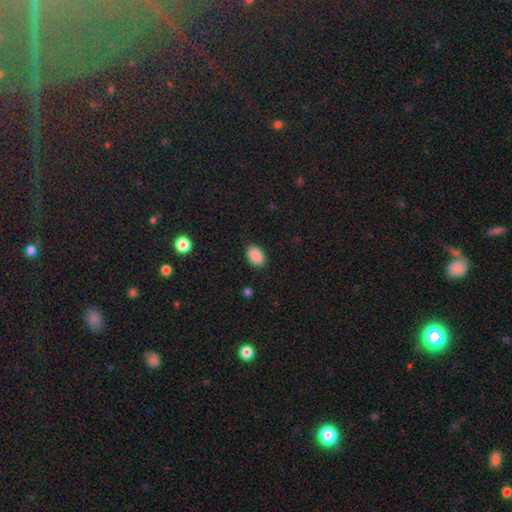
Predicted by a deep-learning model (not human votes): A smooth galaxy with no disk features (89%) that is in between round and cigar-shaped (85%).

Vote fractions:
- Smooth or featured? smooth: 89% / star or artifact: 8% / featured or disk: 3%
- How rounded? in between: 85% / round: 14% / cigar-shaped: 1%
- Merging? none: 87% / minor disturbance: 9% / major disturbance: 2% / merger: 1%